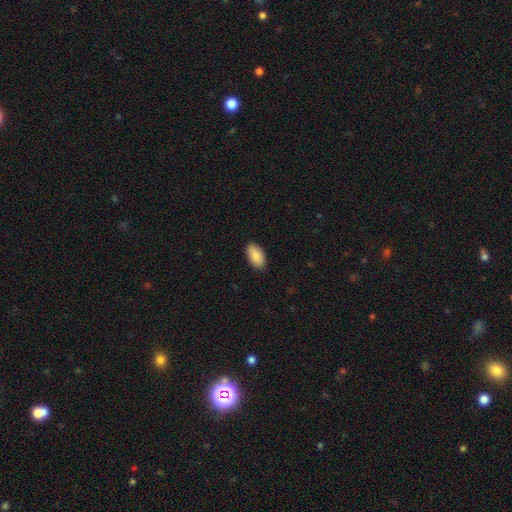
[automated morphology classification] Smooth or featured: smooth — 89% (star or artifact — 6%)
How rounded: in between — 95% (cigar-shaped — 3%)
Merging: none — 89% (minor disturbance — 8%)